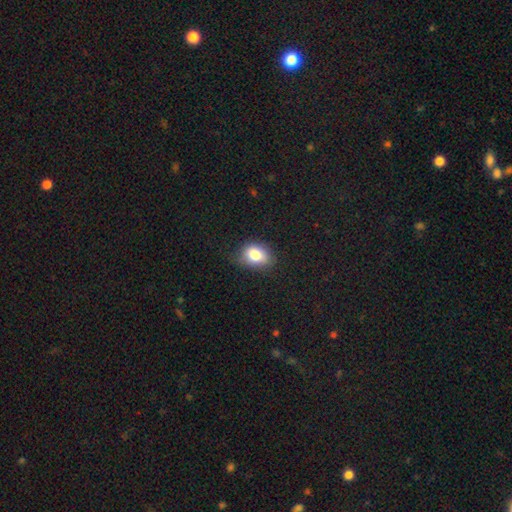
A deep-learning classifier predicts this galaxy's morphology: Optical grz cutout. It shows a smooth galaxy with no disk features (82%) that is in between round and cigar-shaped (74%). Merging: none (65%).